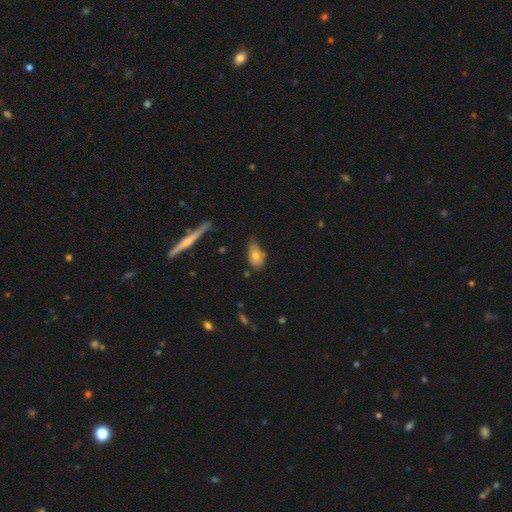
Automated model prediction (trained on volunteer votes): Morphology: type=smooth (68%); roundness=in between (85%); merging=none (44%).